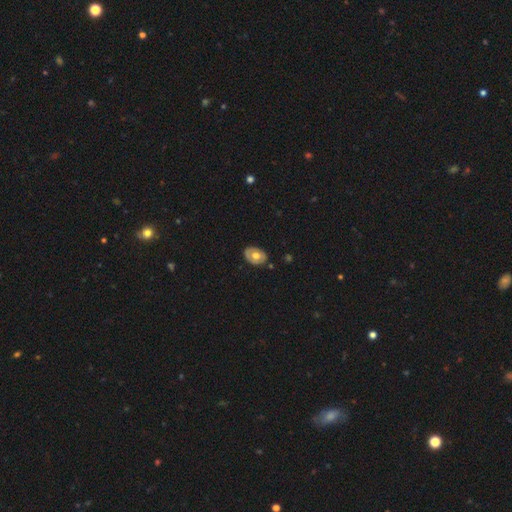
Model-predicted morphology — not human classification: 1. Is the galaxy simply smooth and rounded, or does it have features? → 52% smooth, 42% featured or disk, 6% star or artifact.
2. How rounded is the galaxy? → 75% in between, 24% round, 1% cigar-shaped.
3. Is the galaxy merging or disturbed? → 81% none, 15% minor disturbance, 3% major disturbance, 2% merger.